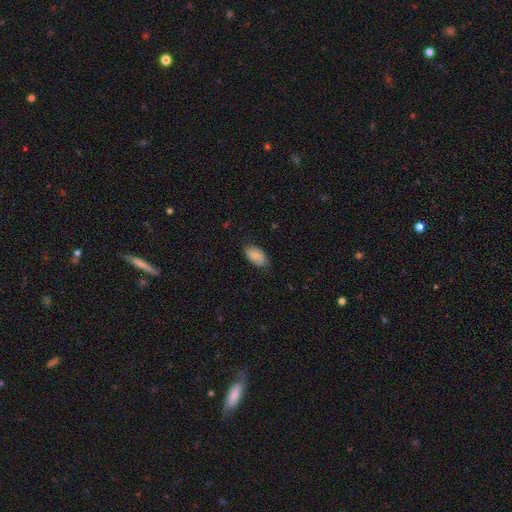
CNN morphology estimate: Smooth or featured: smooth — 82% (featured or disk — 11%)
How rounded: in between — 94% (round — 3%)
Merging: none — 77% (minor disturbance — 19%)